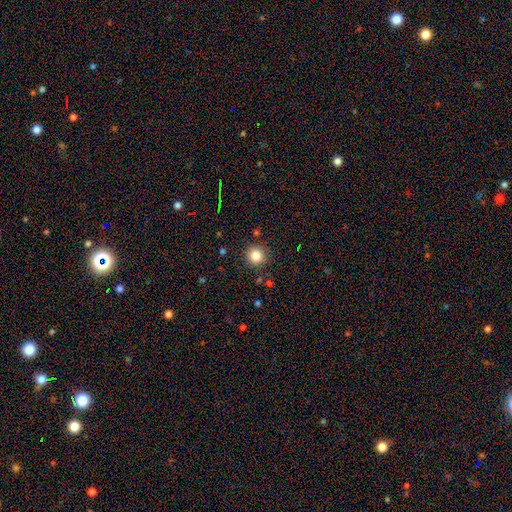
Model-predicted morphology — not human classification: Smooth or featured? smooth (83%)
How rounded? round (94%)
Merging? none (90%)